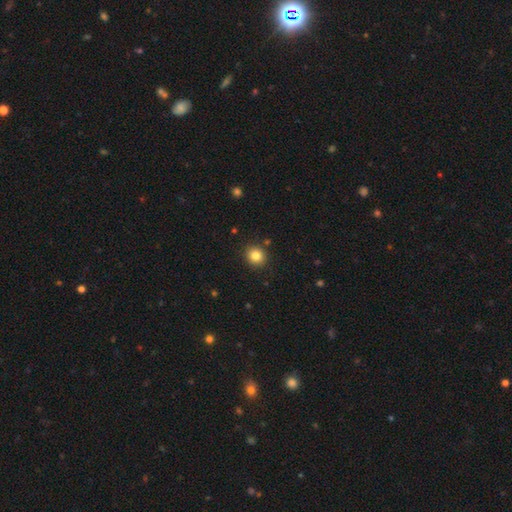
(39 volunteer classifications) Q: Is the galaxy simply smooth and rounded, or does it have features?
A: smooth — 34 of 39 (87%).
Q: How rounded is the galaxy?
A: round — 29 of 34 (85%).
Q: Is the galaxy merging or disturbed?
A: none — 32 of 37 (86%).